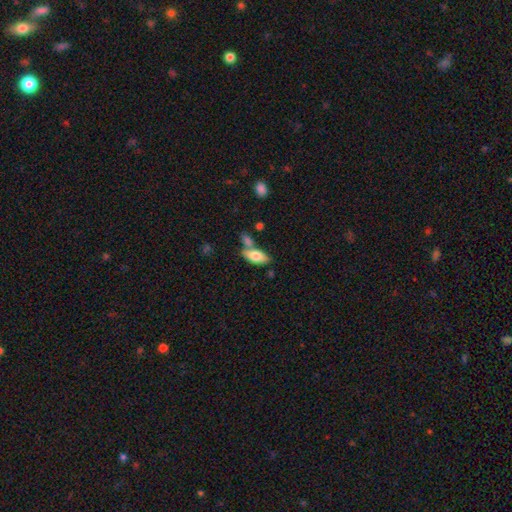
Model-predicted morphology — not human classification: Smooth or featured? smooth (74%)
How rounded? in between (81%)
Merging? none (58%)